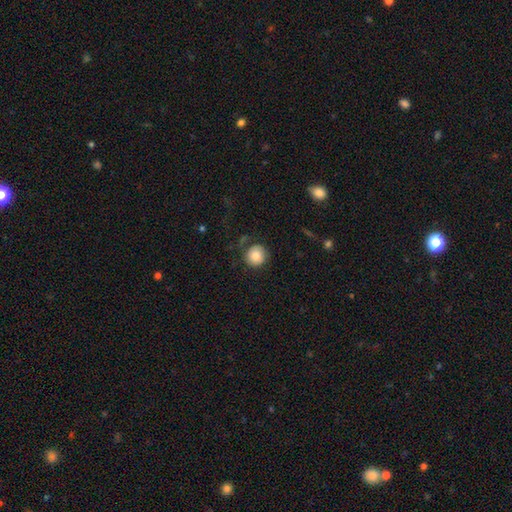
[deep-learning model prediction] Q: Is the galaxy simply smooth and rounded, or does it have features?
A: smooth — 84%.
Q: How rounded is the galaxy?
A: round — 92%.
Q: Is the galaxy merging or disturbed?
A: none — 74%.